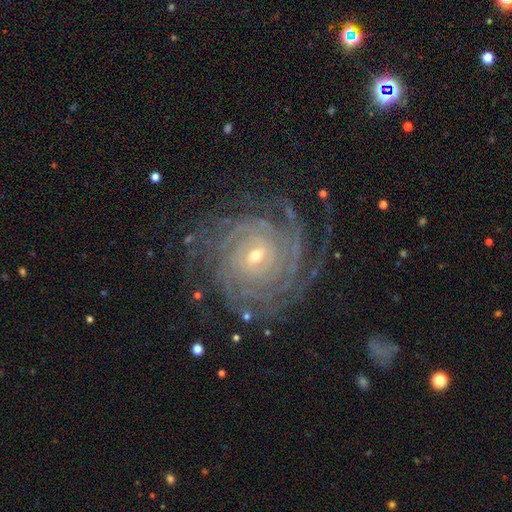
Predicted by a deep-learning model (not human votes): Morphology: type=featured or disk (90%); edge-on=no (97%); bar=no (61%); spiral arms=yes (98%); winding=tight (84%); arm count=more than 4 (25%); bulge=small (65%); merging=none (78%).